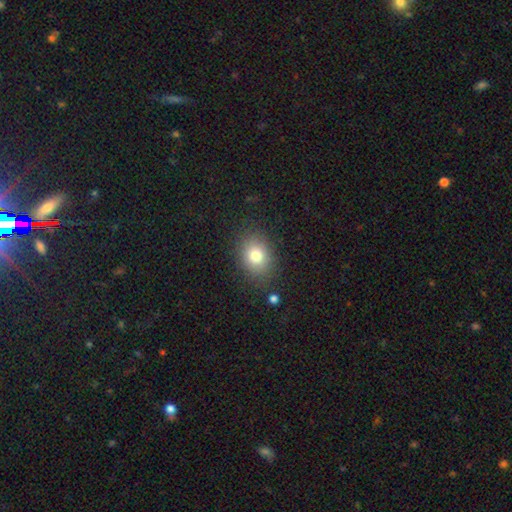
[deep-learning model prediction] smooth_or_featured: smooth (p=0.78) [alt: star or artifact p=0.12]
how_rounded: in between (p=0.54) [alt: round p=0.45]
merging: none (p=0.83) [alt: minor disturbance p=0.11]